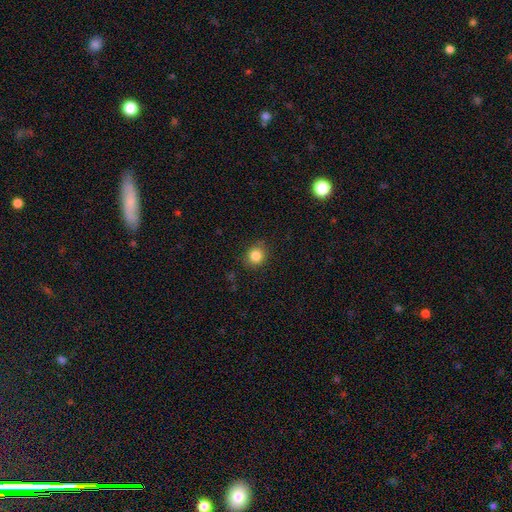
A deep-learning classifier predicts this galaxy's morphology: smooth_or_featured: smooth (p=0.84) [alt: star or artifact p=0.11]
how_rounded: round (p=0.88) [alt: in between p=0.11]
merging: none (p=0.86) [alt: minor disturbance p=0.10]